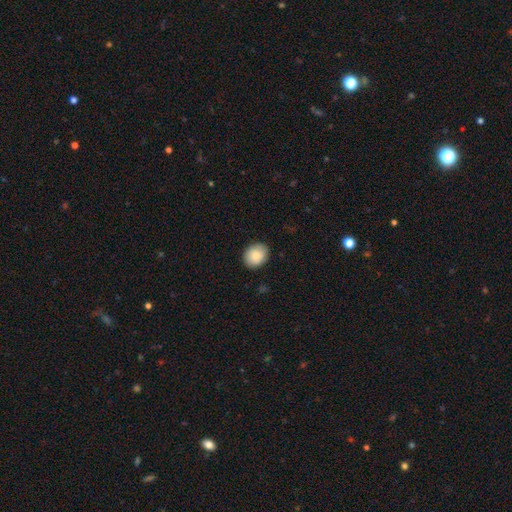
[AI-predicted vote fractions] A smooth galaxy with no disk features (86%) that is round (58%).

Vote fractions:
- Smooth or featured? smooth: 86% / featured or disk: 7% / star or artifact: 7%
- How rounded? round: 58% / in between: 41% / cigar-shaped: 1%
- Merging? none: 86% / minor disturbance: 11% / major disturbance: 2% / merger: 1%